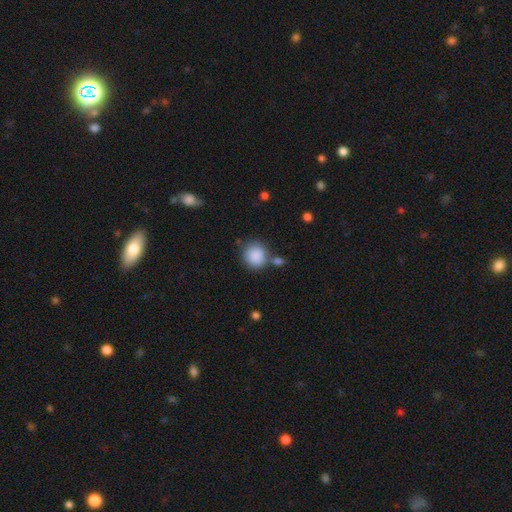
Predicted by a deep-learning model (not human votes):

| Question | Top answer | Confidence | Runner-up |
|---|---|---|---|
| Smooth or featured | smooth | 88% | star or artifact (8%) |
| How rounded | round | 84% | in between (15%) |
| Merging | none | 67% | minor disturbance (14%) |